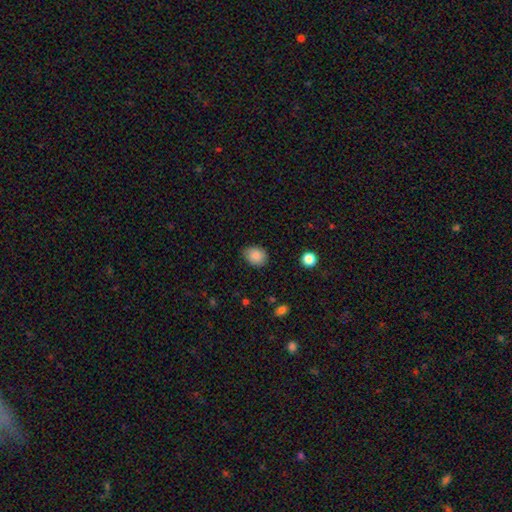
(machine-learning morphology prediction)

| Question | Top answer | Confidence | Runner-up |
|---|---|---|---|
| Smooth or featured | smooth | 87% | star or artifact (8%) |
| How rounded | in between | 54% | round (45%) |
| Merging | none | 77% | minor disturbance (19%) |